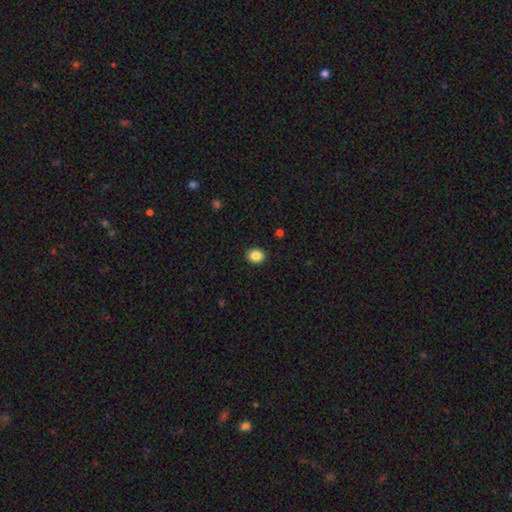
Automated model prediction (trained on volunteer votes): This appears to be a smooth galaxy with no disk features (86%) that is round (70%). Merging: none (92%).